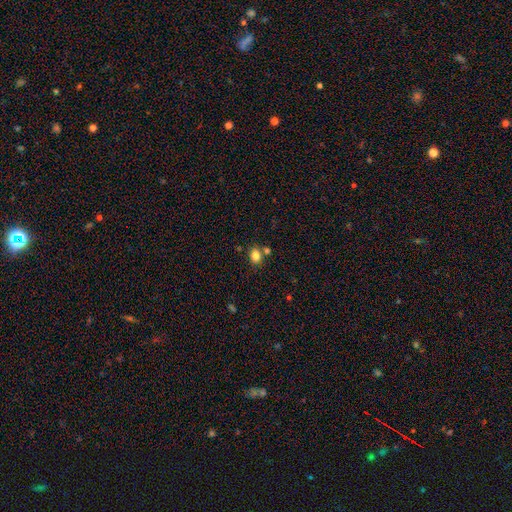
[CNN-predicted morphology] Smooth or featured?
  - smooth: 82% *
  - star or artifact: 11%
  - featured or disk: 7%
How rounded?
  - in between: 56% *
  - round: 43%
  - cigar-shaped: 1%
Merging?
  - none: 70% *
  - merger: 16%
  - minor disturbance: 11%
  - major disturbance: 3%